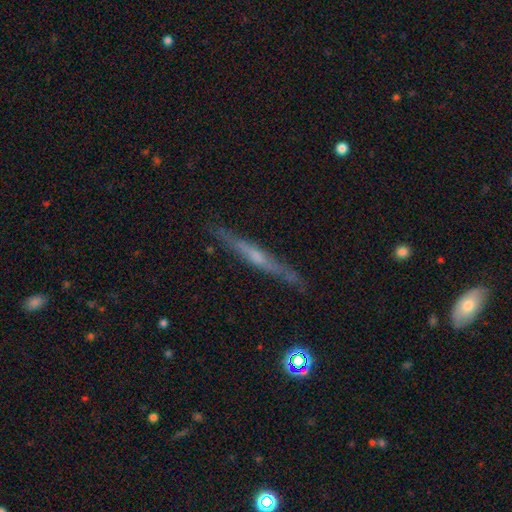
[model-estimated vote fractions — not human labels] Smooth or featured: featured or disk — 67% (smooth — 26%)
Edge-on disk: yes — 96% (no — 4%)
Edge-on bulge: rounded — 50% (none — 39%)
Merging: none — 85% (minor disturbance — 11%)